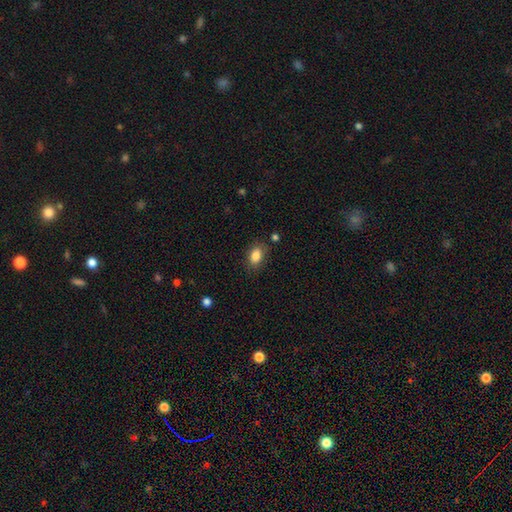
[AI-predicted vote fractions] smooth 86%, star or artifact 8%, featured or disk 6%. Down the decision tree: how rounded — in between (84%); merging — none (80%).